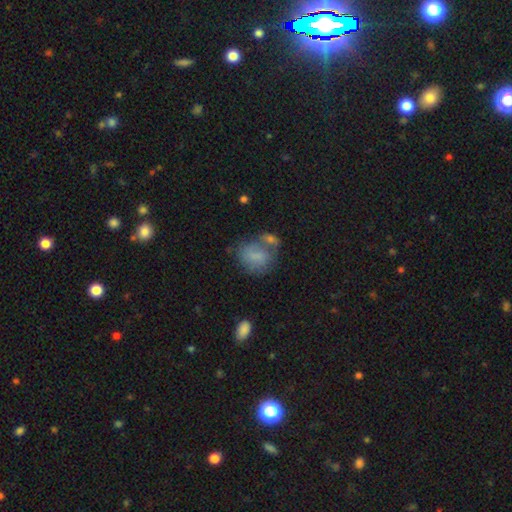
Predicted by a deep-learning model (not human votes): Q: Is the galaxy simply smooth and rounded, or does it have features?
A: smooth — 68%.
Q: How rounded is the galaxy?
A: in between — 51%.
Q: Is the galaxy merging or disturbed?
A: none — 39%.